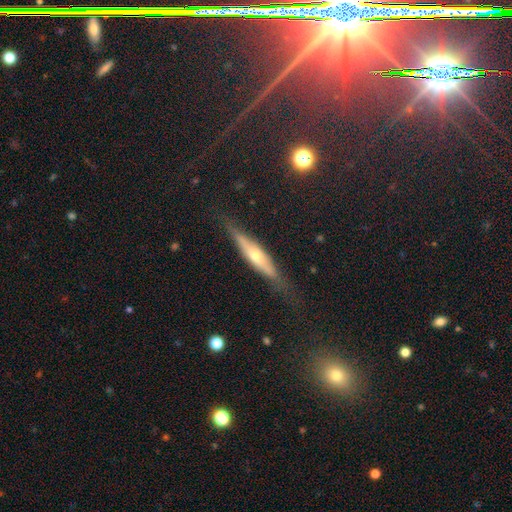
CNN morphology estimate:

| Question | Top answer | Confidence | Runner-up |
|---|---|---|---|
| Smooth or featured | featured or disk | 64% | smooth (27%) |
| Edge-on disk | yes | 89% | no (11%) |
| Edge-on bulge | rounded | 81% | none (11%) |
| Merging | none | 79% | minor disturbance (15%) |